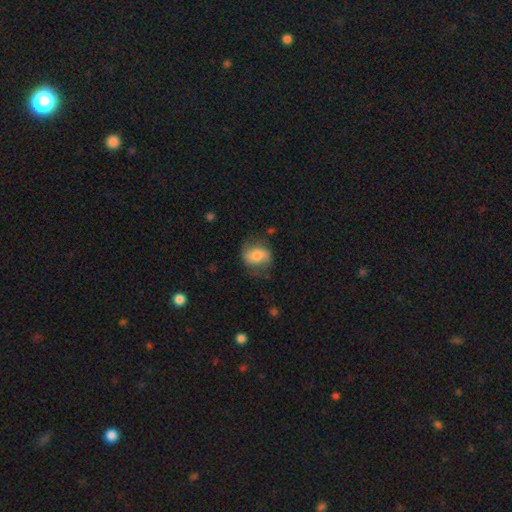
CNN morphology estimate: The model was most divided on "how rounded": in between: 50%, round: 48%, cigar-shaped: 2%. More confident: merging — none (63%); smooth or featured — smooth (62%).